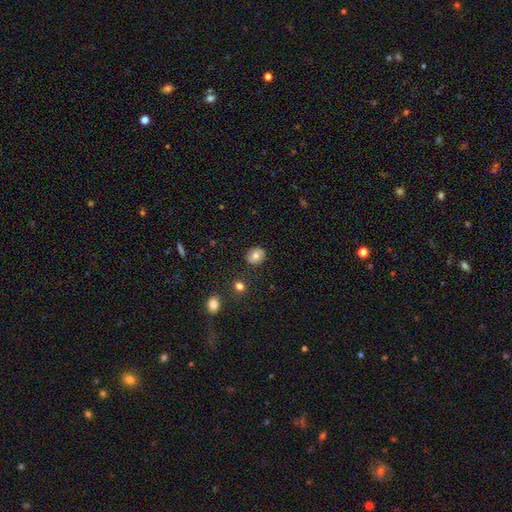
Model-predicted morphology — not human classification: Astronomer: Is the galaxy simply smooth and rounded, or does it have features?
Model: smooth — 74%.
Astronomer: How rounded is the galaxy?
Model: round — 70%.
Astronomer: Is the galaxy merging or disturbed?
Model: none — 87%.